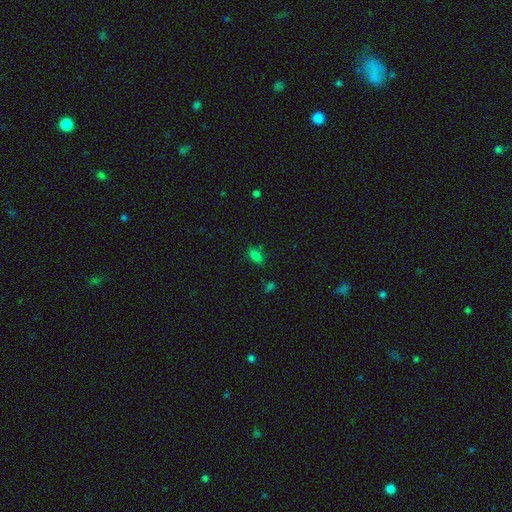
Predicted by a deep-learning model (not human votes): The model was most divided on "merging": none: 75%, minor disturbance: 16%, merger: 5%, major disturbance: 4%. More confident: how rounded — in between (87%); smooth or featured — smooth (78%).